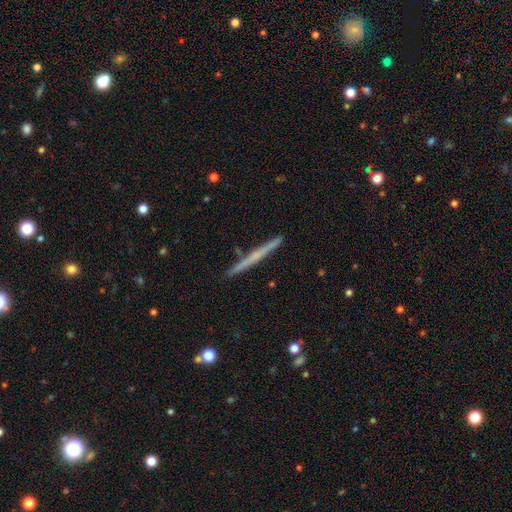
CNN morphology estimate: Smooth or featured? Predicted: featured or disk (p=0.57). Edge-on disk? Predicted: yes (p=0.98). Edge-on bulge? Predicted: none (p=0.73). Merging? Predicted: none (p=0.90).